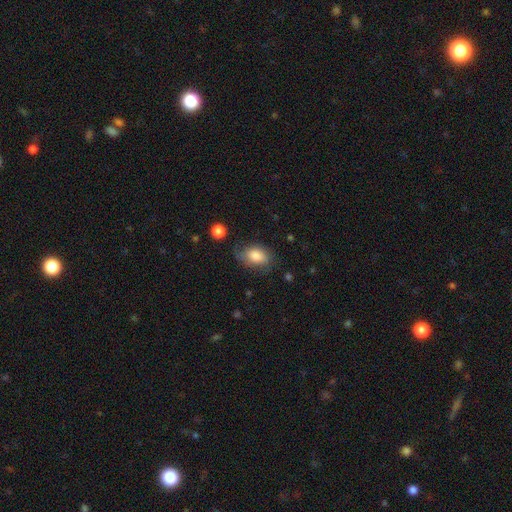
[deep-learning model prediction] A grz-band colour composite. It shows a smooth galaxy with no disk features (80%) that is in between round and cigar-shaped (85%). Merging: none (61%).